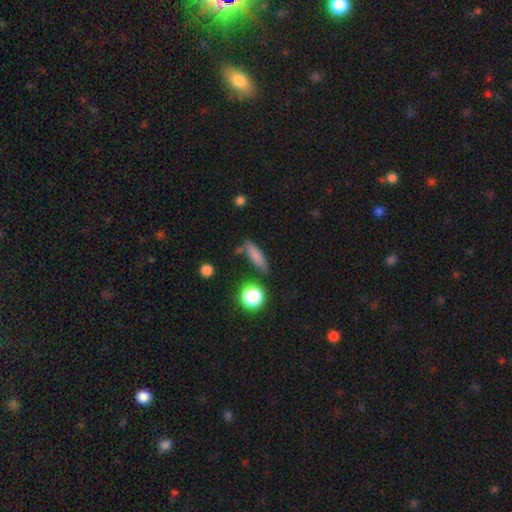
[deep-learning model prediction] This is likely a smooth galaxy (78%). How rounded: possibly cigar-shaped (55%). Merging: likely none (71%).